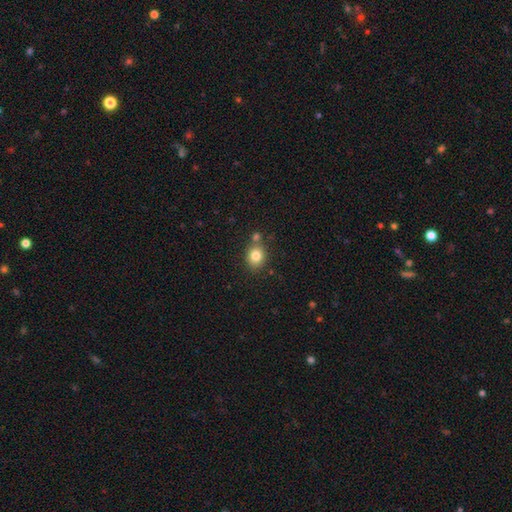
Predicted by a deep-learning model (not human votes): Overall: smooth (82%). How rounded: round (66%; in between 33%). Merging: none (71%).